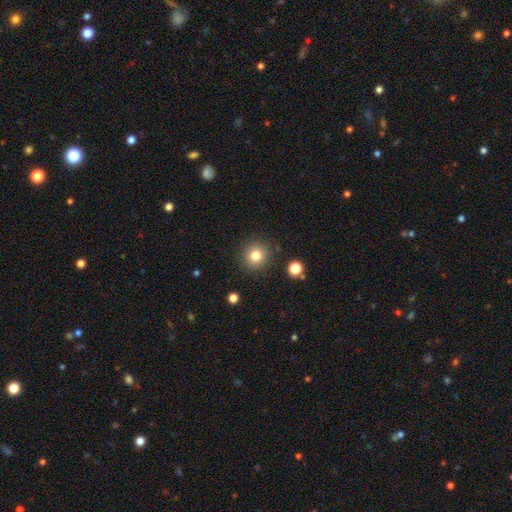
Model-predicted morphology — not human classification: A smooth galaxy with no disk features (81%) that is round (93%).

Vote fractions:
- Smooth or featured? smooth: 81% / star or artifact: 12% / featured or disk: 7%
- How rounded? round: 93% / in between: 6% / cigar-shaped: 1%
- Merging? none: 88% / minor disturbance: 7% / major disturbance: 3% / merger: 2%